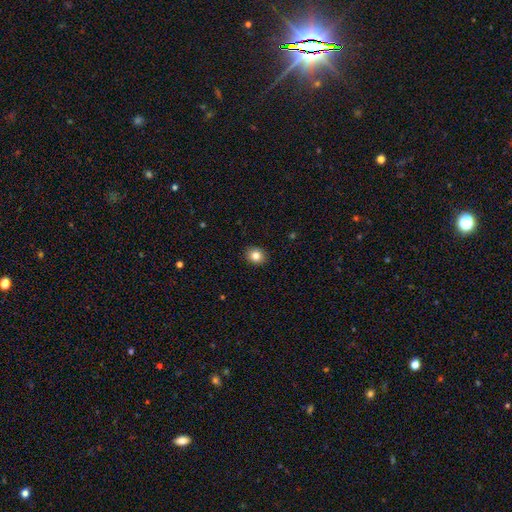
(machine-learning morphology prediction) A smooth galaxy with no disk features (83%) that is round (71%). Merging: none (92%).